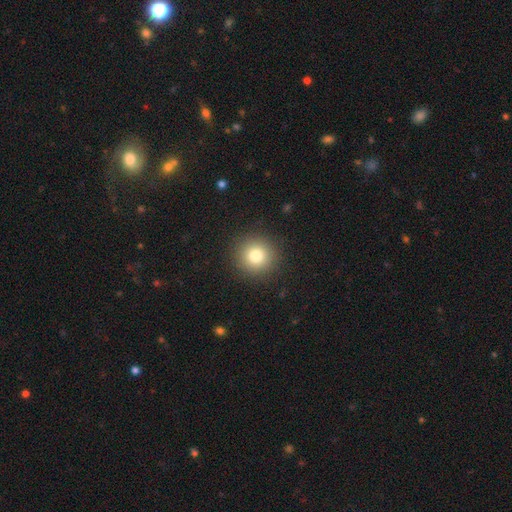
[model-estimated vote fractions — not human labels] Smooth or featured? Predicted: smooth (p=0.80). How rounded? Predicted: round (p=0.94). Merging? Predicted: none (p=0.91).